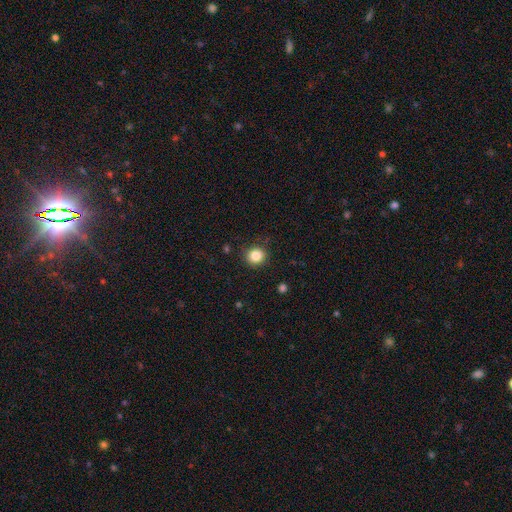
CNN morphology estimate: smooth 85%, star or artifact 11%, featured or disk 4%. Down the decision tree: how rounded — round (89%); merging — none (89%).